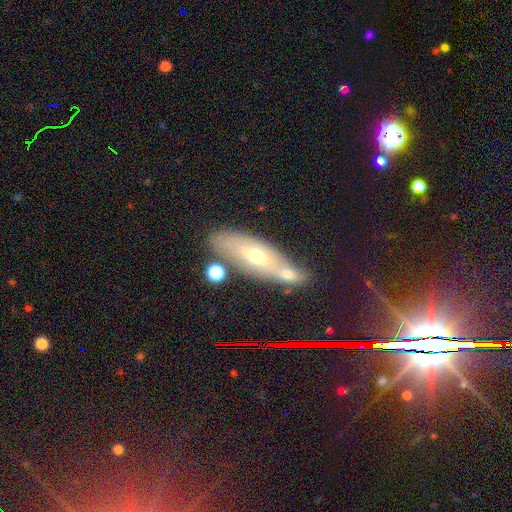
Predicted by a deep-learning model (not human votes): The model was most divided on "smooth or featured": featured or disk: 41%, smooth: 35%, star or artifact: 23%. More confident: merging — none (66%).